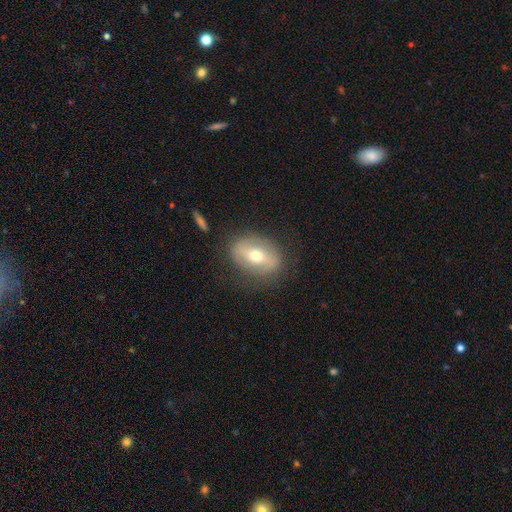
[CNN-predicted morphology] smooth-or-featured: featured or disk: 49% | smooth: 43% | star or artifact: 7%
  merging: none: 79% | minor disturbance: 14% | major disturbance: 6% | merger: 2%